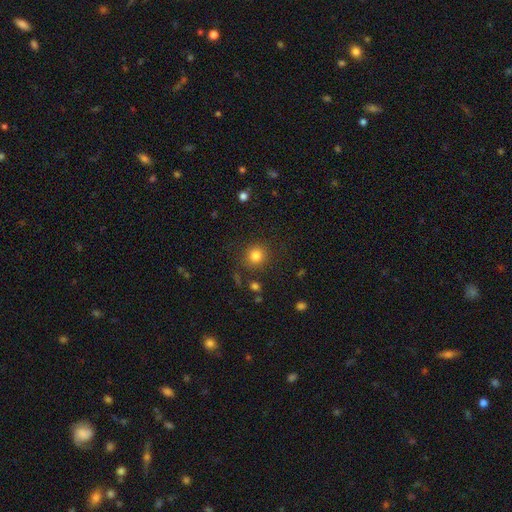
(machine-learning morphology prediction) smooth 83%, star or artifact 12%, featured or disk 5%. Down the decision tree: how rounded — round (91%); merging — none (85%).